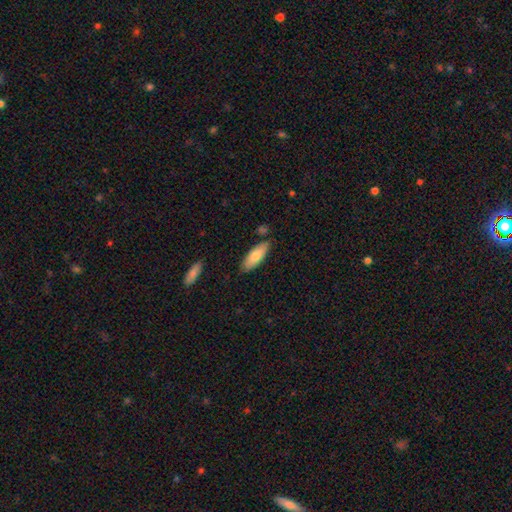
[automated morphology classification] A smooth galaxy with no disk features (80%) that is in between round and cigar-shaped (67%). Merging: none (81%).